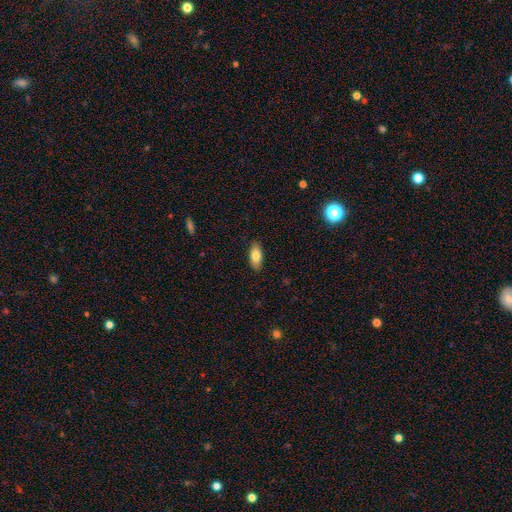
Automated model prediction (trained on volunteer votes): Smooth or featured? smooth (81%)
How rounded? in between (87%)
Merging? none (88%)